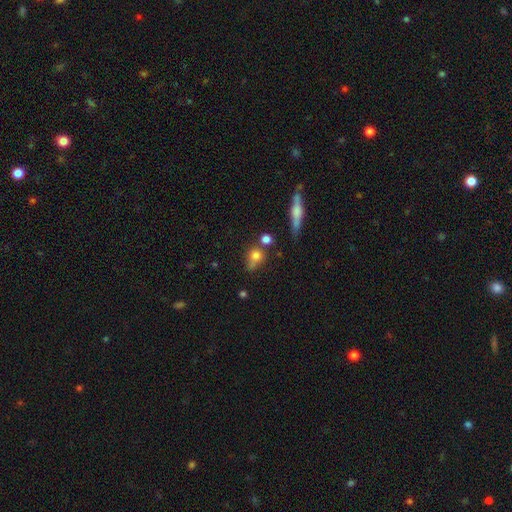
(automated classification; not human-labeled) smooth-or-featured: smooth: 74% | featured or disk: 14% | star or artifact: 12%
  how-rounded: round: 56% | in between: 39% | cigar-shaped: 5%
  merging: none: 45% | minor disturbance: 23% | merger: 21% | major disturbance: 12%